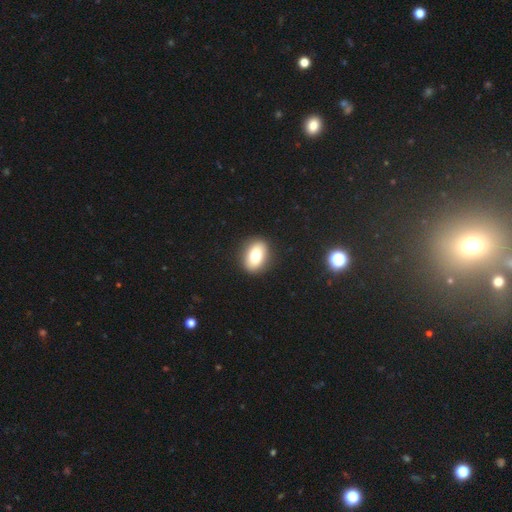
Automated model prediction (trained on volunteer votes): A smooth galaxy with no disk features (77%) that is in between round and cigar-shaped (78%). Merging: none (89%).